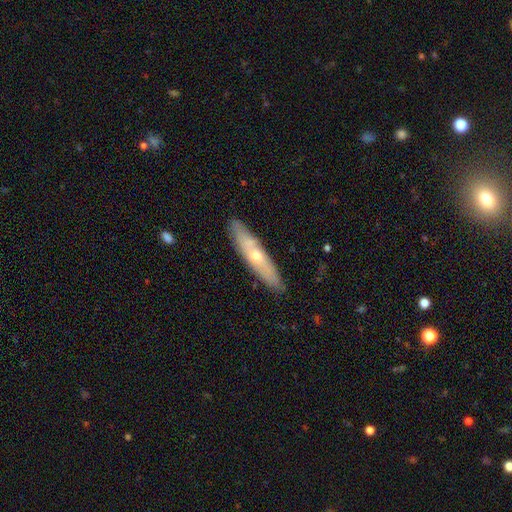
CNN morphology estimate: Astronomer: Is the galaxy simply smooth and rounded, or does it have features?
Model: featured or disk — 52% (runner-up: smooth, 42%).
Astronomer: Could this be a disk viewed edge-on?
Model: yes — 61% (runner-up: no, 39%).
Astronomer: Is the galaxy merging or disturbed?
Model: none — 82%.